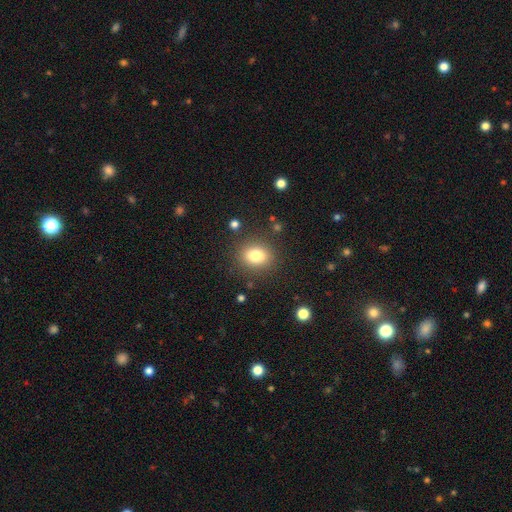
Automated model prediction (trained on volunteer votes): Q: Smooth or featured?
A: smooth (79%); runner-up: star or artifact (12%)
Q: How rounded?
A: round (60%); runner-up: in between (39%)
Q: Merging?
A: none (86%); runner-up: minor disturbance (8%)